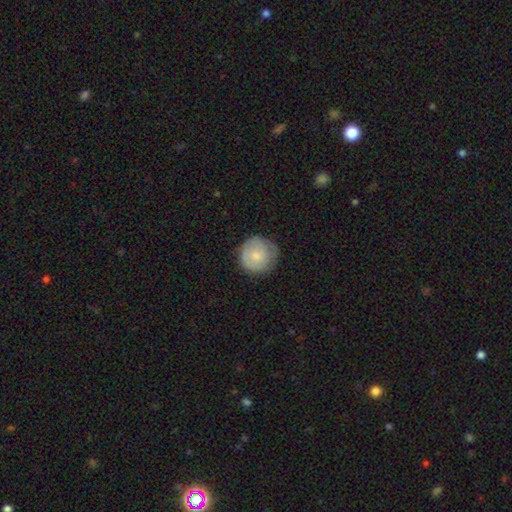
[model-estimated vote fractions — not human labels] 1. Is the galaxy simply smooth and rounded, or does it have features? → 73% smooth, 20% featured or disk, 6% star or artifact.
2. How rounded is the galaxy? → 93% round, 6% in between, 1% cigar-shaped.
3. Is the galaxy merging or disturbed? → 75% none, 19% minor disturbance, 5% major disturbance, 1% merger.